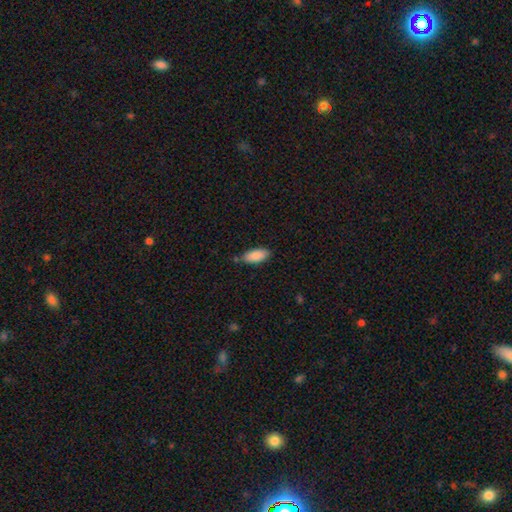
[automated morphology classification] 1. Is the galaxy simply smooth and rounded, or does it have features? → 89% smooth, 6% star or artifact, 4% featured or disk.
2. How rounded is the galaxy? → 88% in between, 10% cigar-shaped, 2% round.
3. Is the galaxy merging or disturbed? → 78% none, 15% minor disturbance, 4% merger, 3% major disturbance.